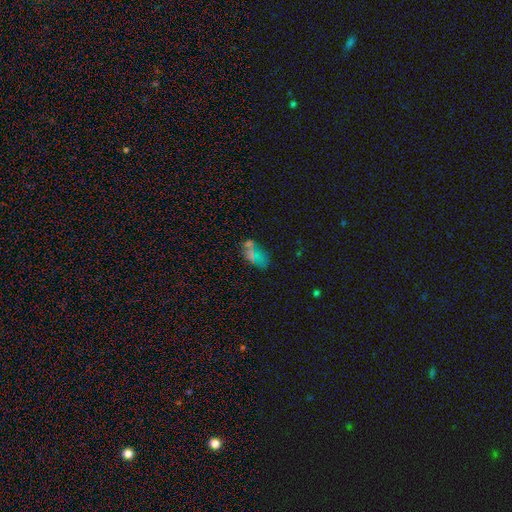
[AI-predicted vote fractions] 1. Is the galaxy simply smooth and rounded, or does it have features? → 51% smooth, 32% star or artifact, 16% featured or disk.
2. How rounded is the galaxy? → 87% in between, 8% round, 5% cigar-shaped.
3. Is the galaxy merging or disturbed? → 55% none, 19% minor disturbance, 13% major disturbance, 12% merger.